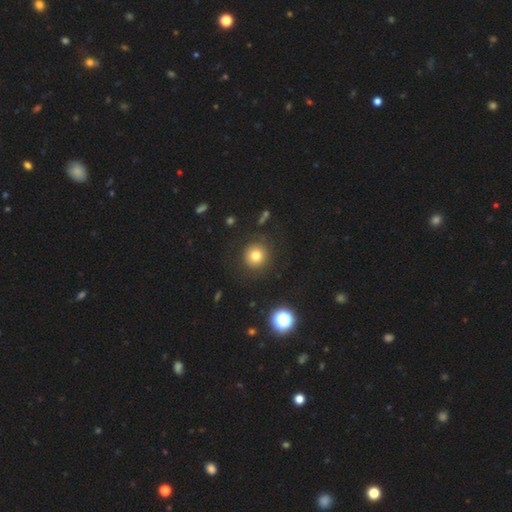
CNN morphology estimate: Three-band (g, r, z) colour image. It shows a smooth galaxy with no disk features (78%) that is round (93%). Merging: none (88%).